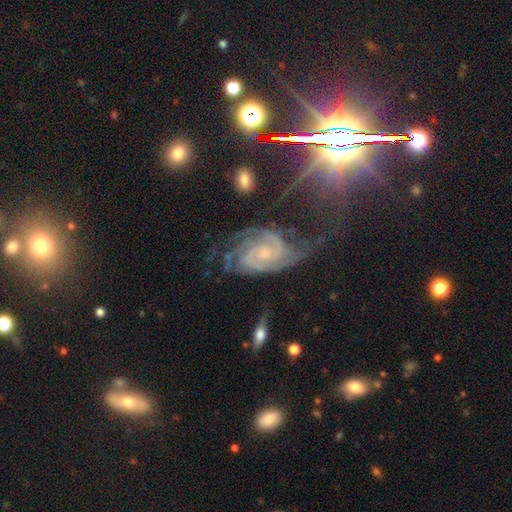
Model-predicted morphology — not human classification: smooth_or_featured: featured or disk (p=0.88) [alt: star or artifact p=0.07]
disk_edge_on: no (p=0.97) [alt: yes p=0.03]
bar: no (p=0.62) [alt: weak p=0.30]
has_spiral_arms: yes (p=0.98) [alt: no p=0.02]
spiral_winding: tight (p=0.59) [alt: medium p=0.34]
spiral_arm_count: 2 (p=0.44) [alt: 3 p=0.23]
bulge_size: small (p=0.64) [alt: moderate p=0.27]
merging: none (p=0.56) [alt: minor disturbance p=0.24]